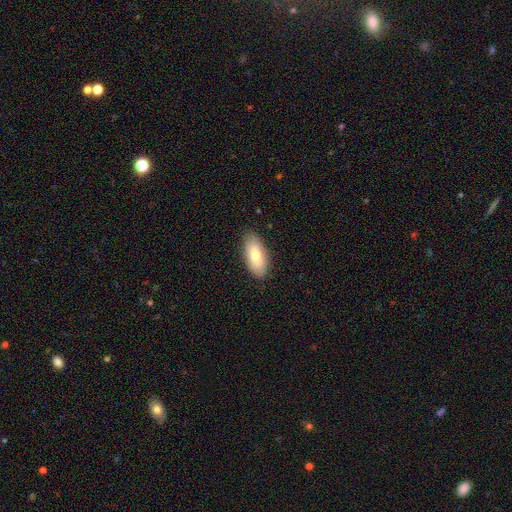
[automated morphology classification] Q: Smooth or featured?
A: smooth (74%); runner-up: featured or disk (20%)
Q: How rounded?
A: in between (89%); runner-up: cigar-shaped (9%)
Q: Merging?
A: none (86%); runner-up: minor disturbance (11%)